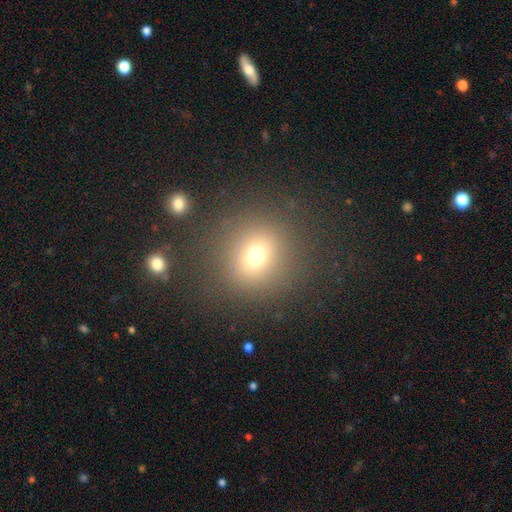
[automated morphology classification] Smooth or featured? smooth (70%)
How rounded? round (87%)
Merging? none (85%)